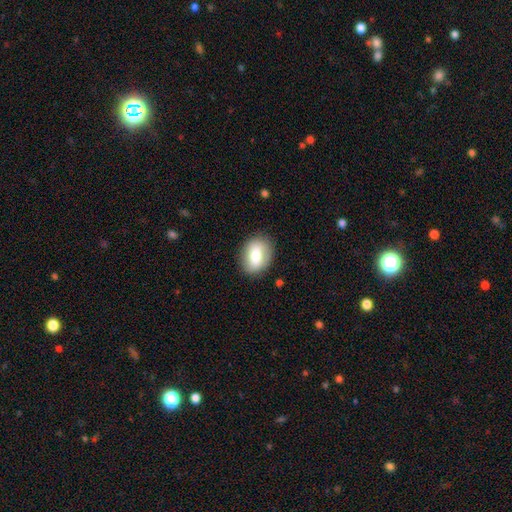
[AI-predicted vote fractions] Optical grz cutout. It shows a smooth galaxy with no disk features (72%) that is in between round and cigar-shaped (70%). Merging: none (84%).